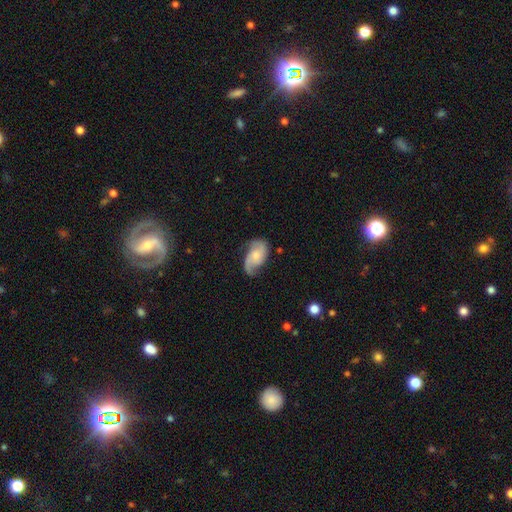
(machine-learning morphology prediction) type=featured or disk (80%); edge-on=no (97%); bar=no (62%); spiral arms=yes (96%); winding=medium (46%); arm count=2 (84%); bulge=small (45%); merging=none (66%).